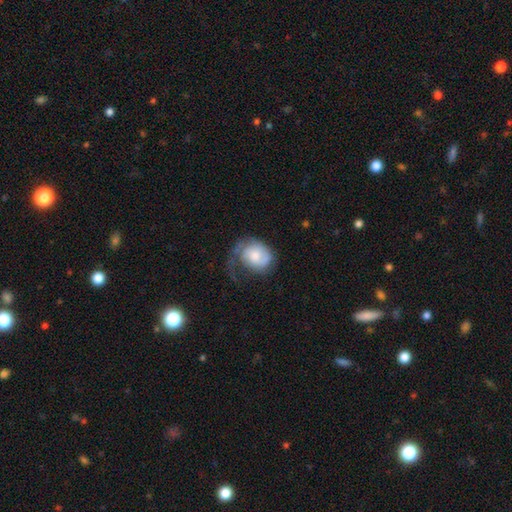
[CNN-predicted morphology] A featured or disk galaxy (49%). Merging: major disturbance (39%).